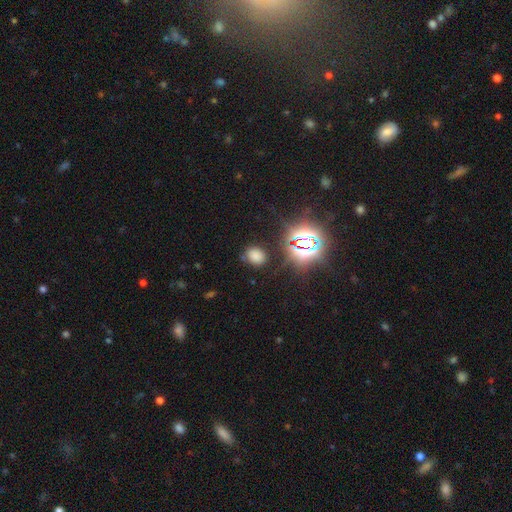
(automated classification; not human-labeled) Morphology: type=smooth (65%); roundness=in between (50%); merging=none (78%).